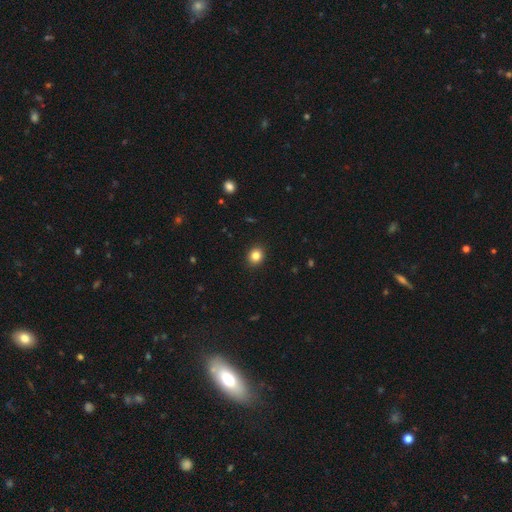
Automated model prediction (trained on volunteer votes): Smooth or featured?
  - smooth: 84% *
  - star or artifact: 11%
  - featured or disk: 5%
How rounded?
  - round: 74% *
  - in between: 25%
  - cigar-shaped: 1%
Merging?
  - none: 91% *
  - minor disturbance: 6%
  - major disturbance: 2%
  - merger: 1%